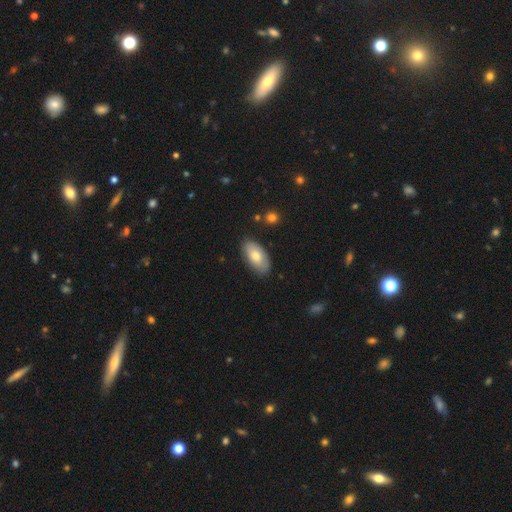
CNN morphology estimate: type=smooth (72%); roundness=in between (93%); merging=none (84%).